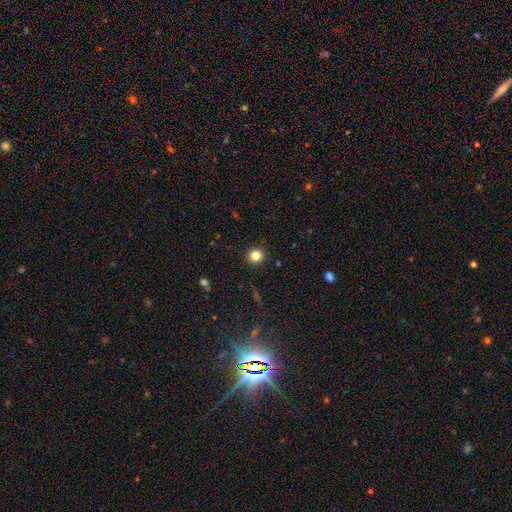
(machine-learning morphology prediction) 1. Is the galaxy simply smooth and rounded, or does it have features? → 83% smooth, 12% star or artifact, 5% featured or disk.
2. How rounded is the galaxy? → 93% round, 6% in between, 1% cigar-shaped.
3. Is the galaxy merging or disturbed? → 93% none, 5% minor disturbance, 2% major disturbance, 1% merger.